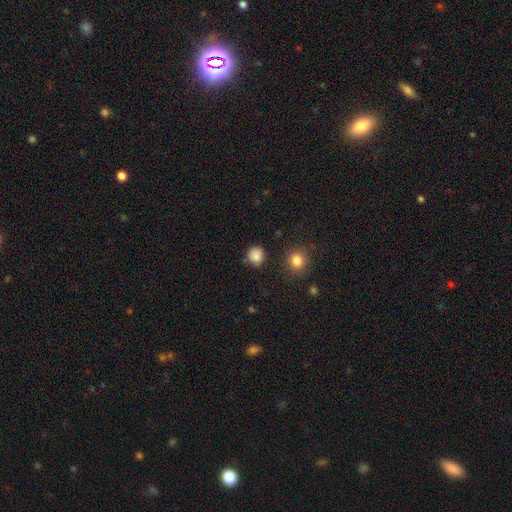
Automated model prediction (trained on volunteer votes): This appears to be a smooth galaxy with no disk features (86%) that is round (89%). Merging: none (83%).